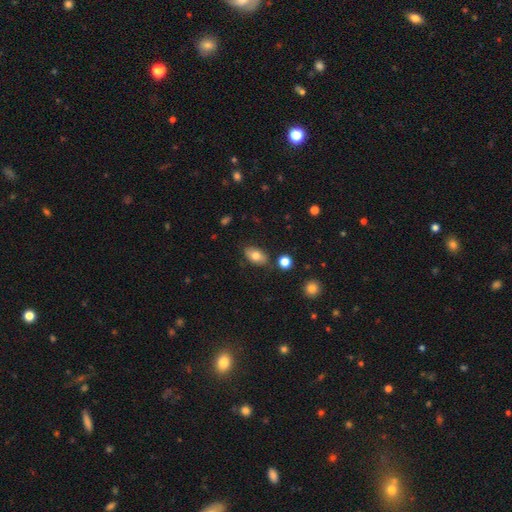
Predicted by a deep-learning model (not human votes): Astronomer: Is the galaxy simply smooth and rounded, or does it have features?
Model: smooth — 74%.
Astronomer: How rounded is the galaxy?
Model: in between — 89%.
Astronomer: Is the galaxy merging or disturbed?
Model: none — 80%.